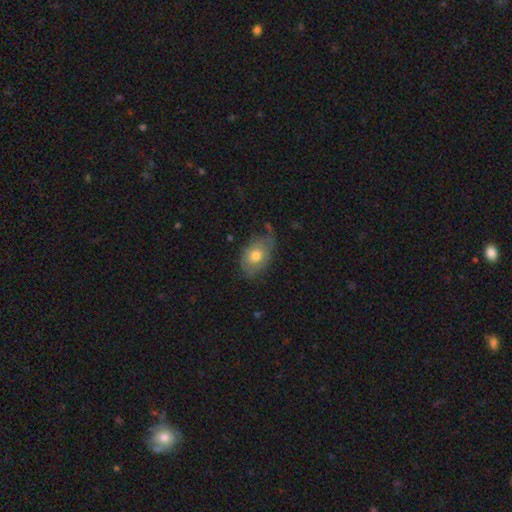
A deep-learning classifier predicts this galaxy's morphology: Q: Smooth or featured?
A: smooth (65%); runner-up: featured or disk (28%)
Q: How rounded?
A: in between (83%); runner-up: round (16%)
Q: Merging?
A: none (52%); runner-up: minor disturbance (34%)